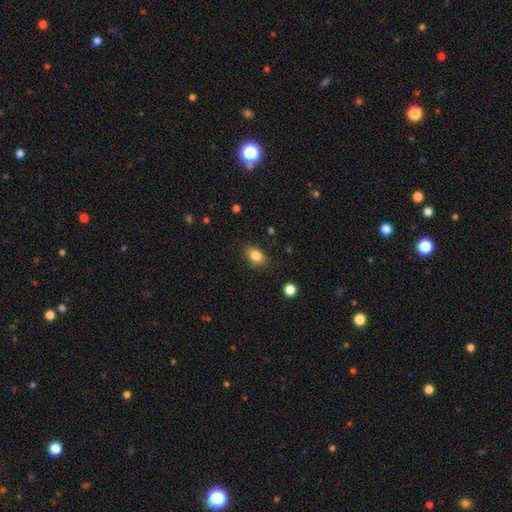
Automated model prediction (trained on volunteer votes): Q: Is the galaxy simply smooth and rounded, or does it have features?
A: smooth — 83%.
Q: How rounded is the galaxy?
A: in between — 81%.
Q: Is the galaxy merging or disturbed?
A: none — 80%.